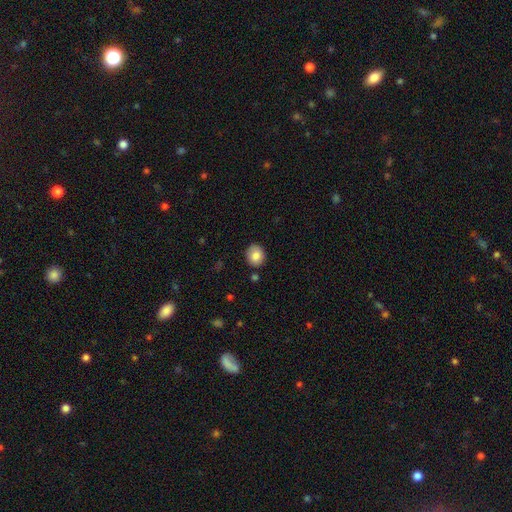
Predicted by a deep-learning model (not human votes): Overall: smooth (85%). How rounded: round (67%; in between 32%). Merging: none (83%).